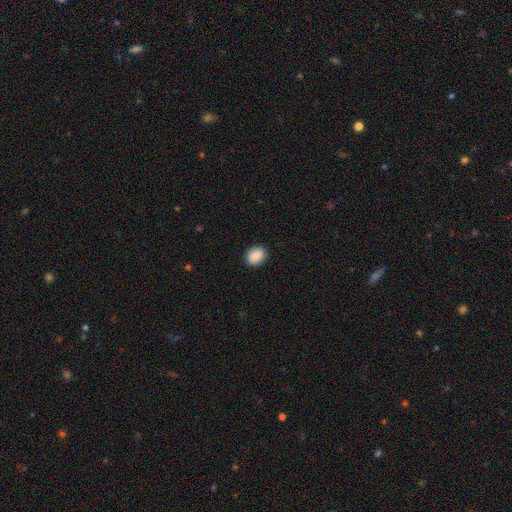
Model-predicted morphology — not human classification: Smooth or featured?
  - smooth: 86% *
  - star or artifact: 8%
  - featured or disk: 7%
How rounded?
  - round: 57% *
  - in between: 42%
  - cigar-shaped: 1%
Merging?
  - none: 88% *
  - minor disturbance: 9%
  - major disturbance: 2%
  - merger: 1%